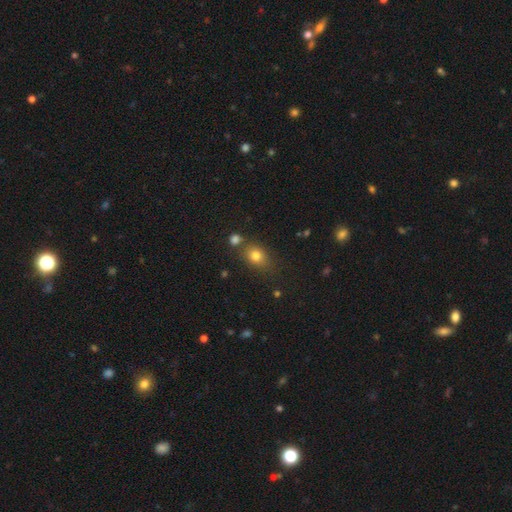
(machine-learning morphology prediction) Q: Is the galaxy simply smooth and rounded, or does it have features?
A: smooth — 78%.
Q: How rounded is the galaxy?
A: in between — 59%.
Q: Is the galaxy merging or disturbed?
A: none — 67%.